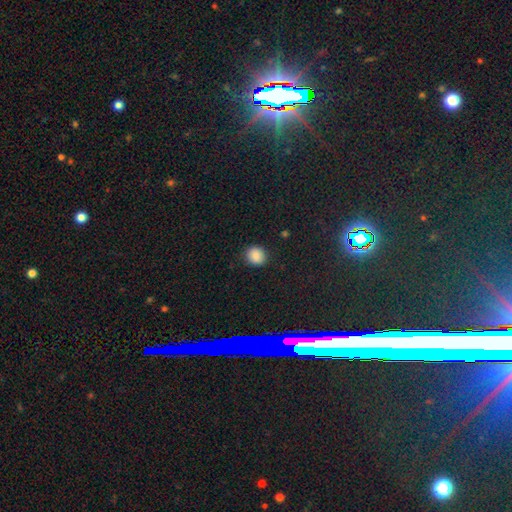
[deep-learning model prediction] Smooth or featured? smooth (85%)
How rounded? round (83%)
Merging? none (87%)